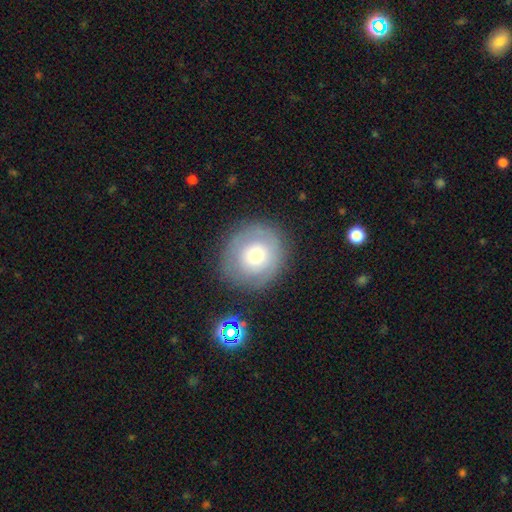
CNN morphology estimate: Smooth or featured?
  - smooth: 62% *
  - featured or disk: 29%
  - star or artifact: 9%
How rounded?
  - round: 89% *
  - in between: 10%
  - cigar-shaped: 1%
Merging?
  - none: 82% *
  - minor disturbance: 11%
  - major disturbance: 5%
  - merger: 2%